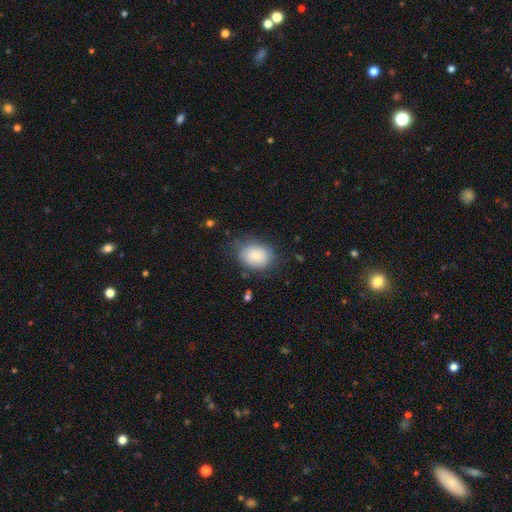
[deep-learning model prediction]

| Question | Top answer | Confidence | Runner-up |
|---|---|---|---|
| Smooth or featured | smooth | 79% | featured or disk (14%) |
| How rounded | in between | 58% | round (41%) |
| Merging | none | 70% | minor disturbance (21%) |